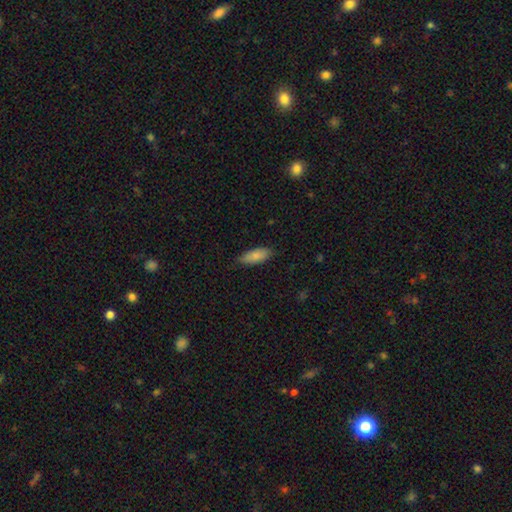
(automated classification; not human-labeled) smooth-or-featured: smooth: 86% | featured or disk: 8% | star or artifact: 6%
  how-rounded: in between: 79% | cigar-shaped: 20% | round: 2%
  merging: none: 80% | minor disturbance: 16% | major disturbance: 2% | merger: 1%